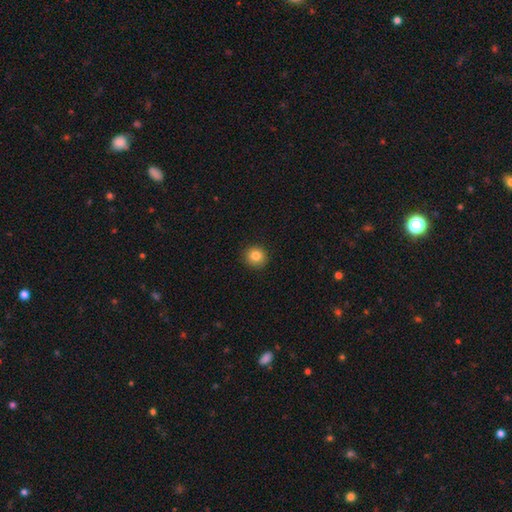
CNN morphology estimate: type=smooth (84%); roundness=round (91%); merging=none (92%).